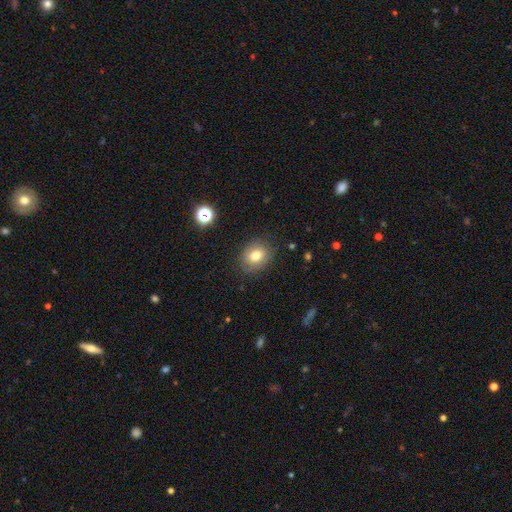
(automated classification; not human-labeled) Smooth or featured: smooth — 75% (featured or disk — 14%)
How rounded: round — 51% (in between — 48%)
Merging: none — 82% (minor disturbance — 13%)